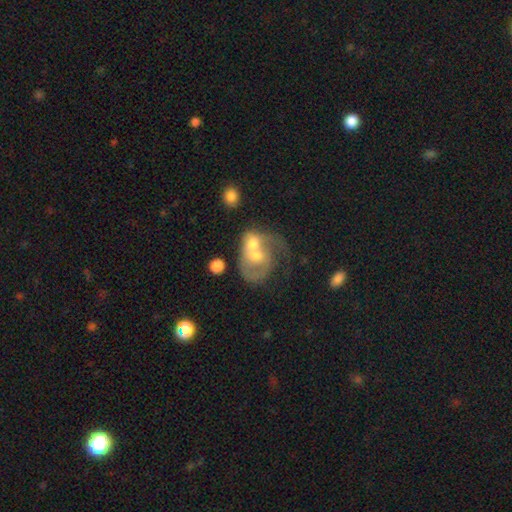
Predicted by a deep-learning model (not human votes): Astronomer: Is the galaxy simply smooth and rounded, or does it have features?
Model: featured or disk — 56% (runner-up: smooth, 37%).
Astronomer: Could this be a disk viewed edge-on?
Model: no — 97%.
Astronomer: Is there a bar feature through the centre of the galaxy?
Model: no — 77%.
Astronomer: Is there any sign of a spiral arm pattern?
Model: yes — 53% (runner-up: no, 47%).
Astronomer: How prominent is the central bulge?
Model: moderate — 63%.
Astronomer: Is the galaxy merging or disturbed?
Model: merger — 66%.